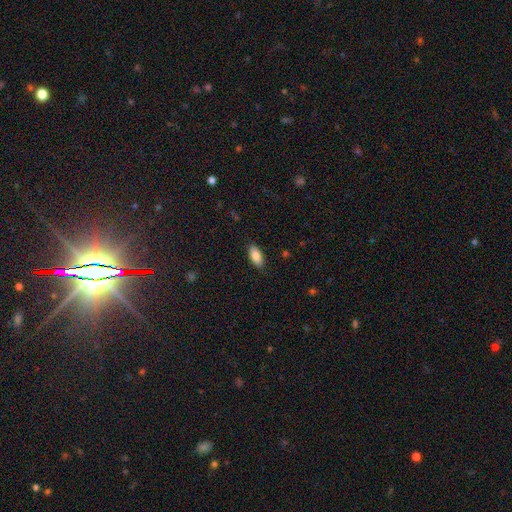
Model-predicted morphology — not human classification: A smooth galaxy with no disk features (86%) that is in between round and cigar-shaped (91%). Merging: none (86%).